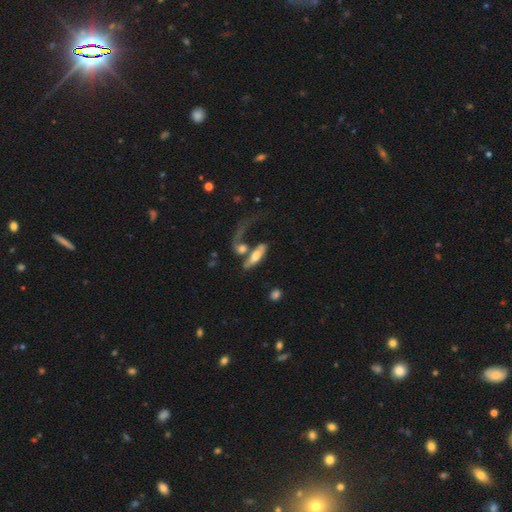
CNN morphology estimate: A smooth galaxy with no disk features (51%) that is in between round and cigar-shaped (59%).

Vote fractions:
- Smooth or featured? smooth: 51% / featured or disk: 41% / star or artifact: 8%
- How rounded? in between: 59% / cigar-shaped: 37% / round: 4%
- Merging? merger: 44% / major disturbance: 24% / none: 22% / minor disturbance: 10%